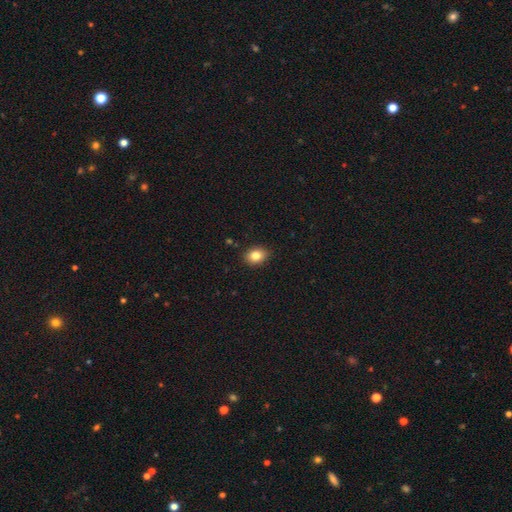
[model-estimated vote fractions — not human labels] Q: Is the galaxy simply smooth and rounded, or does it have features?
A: smooth — 81%.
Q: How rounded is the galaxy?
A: in between — 57%.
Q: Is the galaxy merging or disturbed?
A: none — 87%.